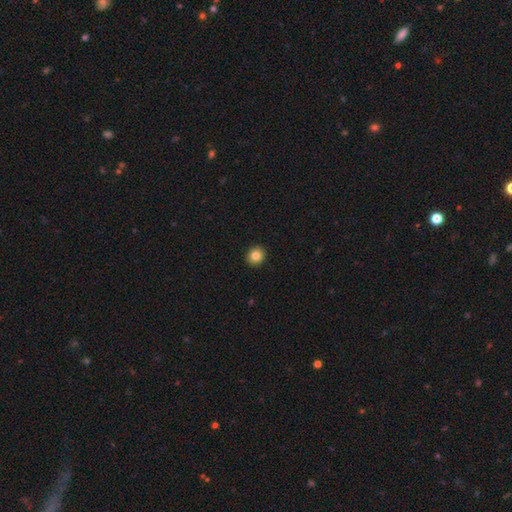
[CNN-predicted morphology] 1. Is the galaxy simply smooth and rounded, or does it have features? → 82% smooth, 10% star or artifact, 7% featured or disk.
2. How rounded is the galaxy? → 84% round, 15% in between, 1% cigar-shaped.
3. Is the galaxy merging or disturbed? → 93% none, 5% minor disturbance, 1% major disturbance, 1% merger.